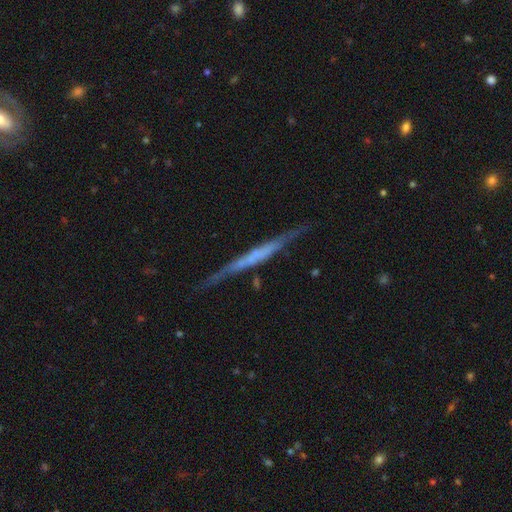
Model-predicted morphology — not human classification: featured or disk 65%, smooth 28%, star or artifact 6%. Down the decision tree: edge-on disk — yes (94%); edge-on bulge — none (72%); merging — none (77%).